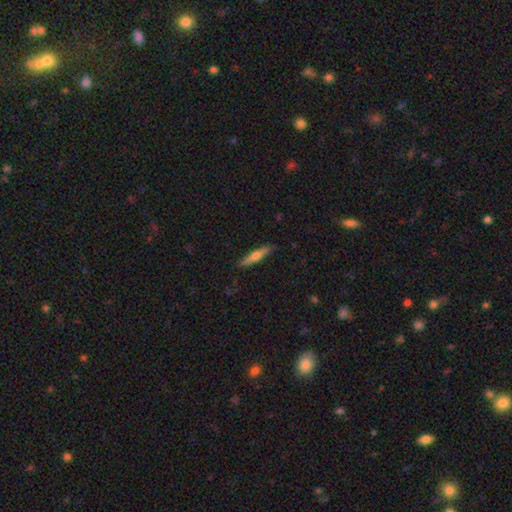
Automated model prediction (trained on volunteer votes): Morphology: type=smooth (52%); roundness=cigar-shaped (86%); merging=none (87%).